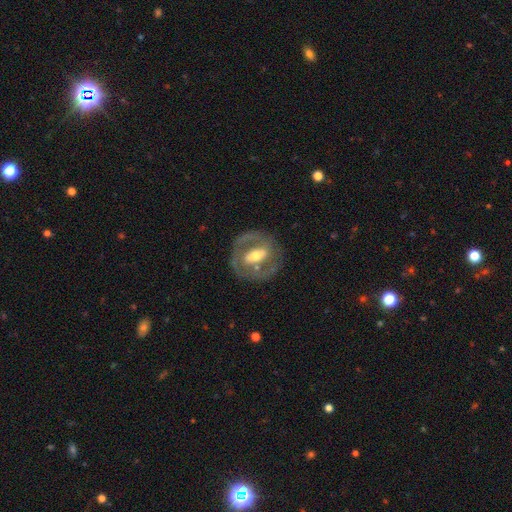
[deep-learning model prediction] featured or disk 72%, smooth 23%, star or artifact 5%. Down the decision tree: edge-on disk — no (93%); bar — strong (41%); spiral arms — no (53%); bulge size — moderate (65%); merging — none (73%).